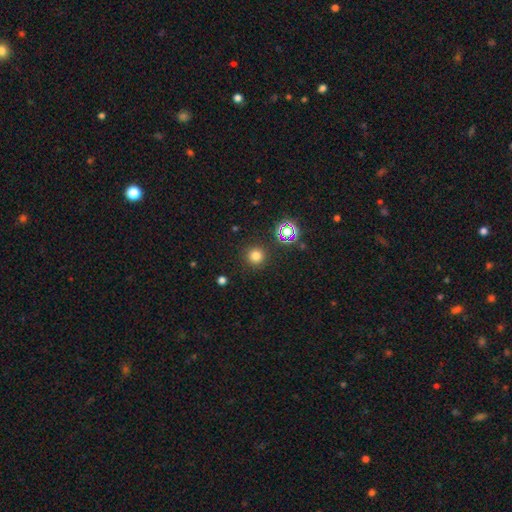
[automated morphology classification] Smooth or featured? smooth (74%)
How rounded? round (95%)
Merging? none (89%)